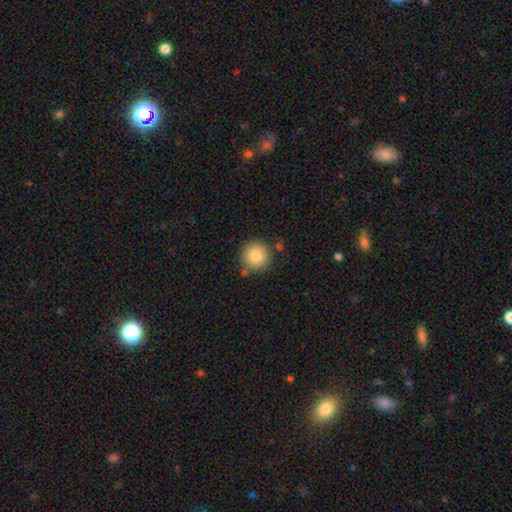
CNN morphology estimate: type=smooth (85%); roundness=round (95%); merging=none (81%).